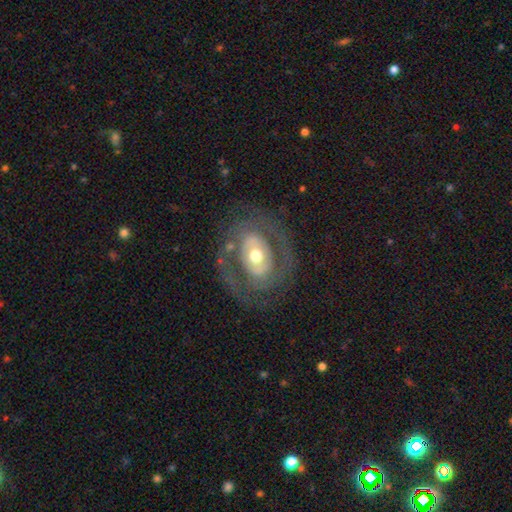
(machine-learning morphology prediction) A featured or disk galaxy (71%) with no bar (62%), spiral arms (53%) and a moderate central bulge (68%). Merging: none (72%).